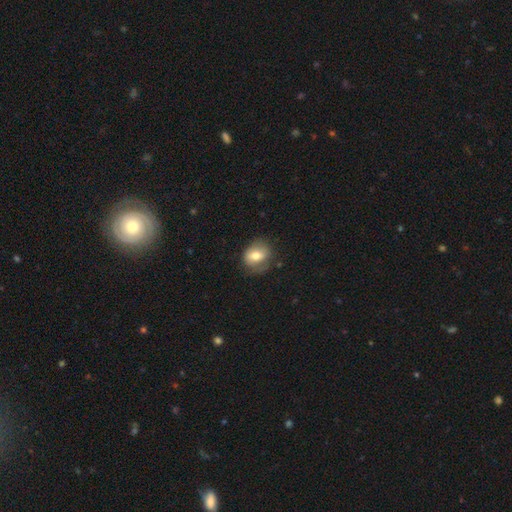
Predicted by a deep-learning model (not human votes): A smooth galaxy with no disk features (67%) that is round (55%). Merging: none (66%).